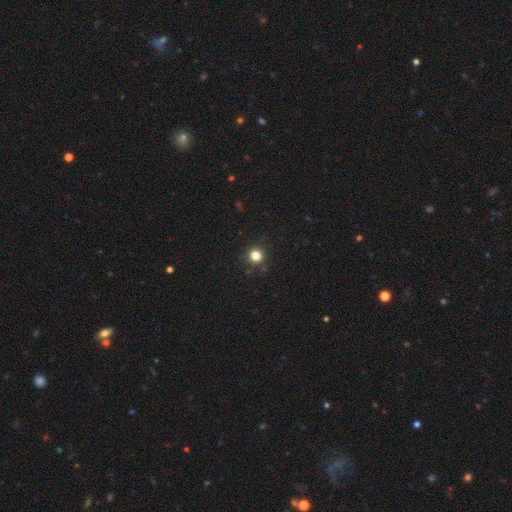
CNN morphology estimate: This appears to be a smooth galaxy with no disk features (82%) that is round (93%). Merging: none (89%).